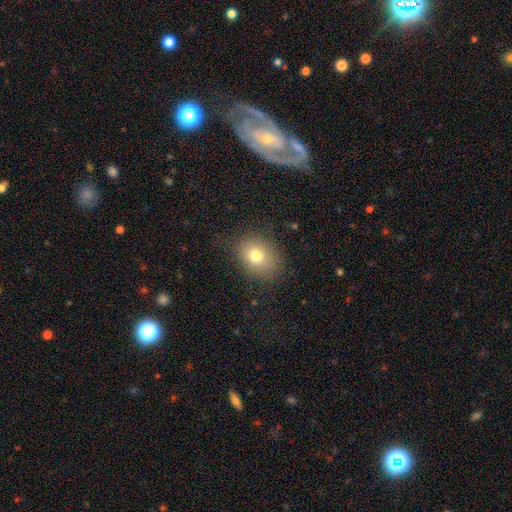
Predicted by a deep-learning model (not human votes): This is likely a smooth galaxy (76%). How rounded: possibly round (50%). Merging: clearly none (81%).